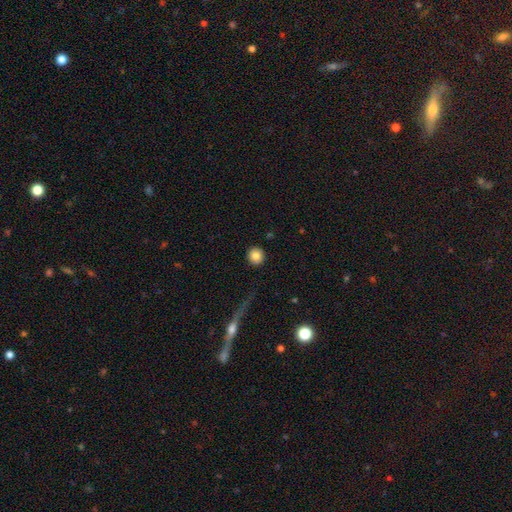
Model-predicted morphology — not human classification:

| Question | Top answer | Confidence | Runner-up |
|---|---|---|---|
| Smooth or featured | smooth | 84% | star or artifact (9%) |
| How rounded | round | 94% | in between (5%) |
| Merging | none | 92% | minor disturbance (5%) |